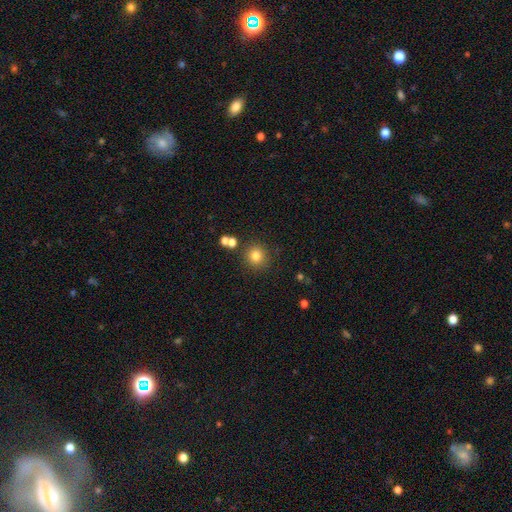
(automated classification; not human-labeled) smooth_or_featured: smooth (p=0.80) [alt: star or artifact p=0.13]
how_rounded: round (p=0.91) [alt: in between p=0.08]
merging: none (p=0.82) [alt: minor disturbance p=0.09]